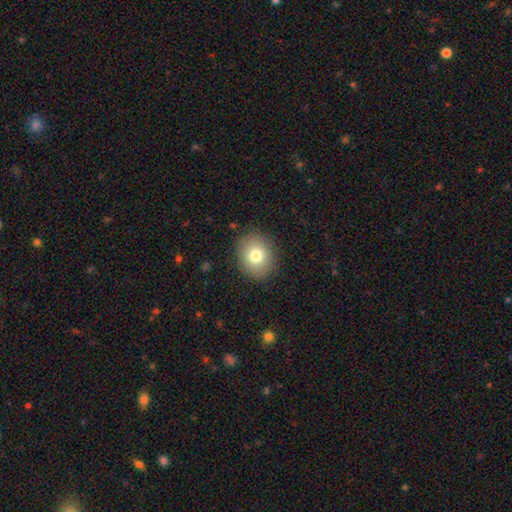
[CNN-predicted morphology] Q: Smooth or featured?
A: smooth (78%); runner-up: featured or disk (11%)
Q: How rounded?
A: round (70%); runner-up: in between (29%)
Q: Merging?
A: none (87%); runner-up: minor disturbance (9%)